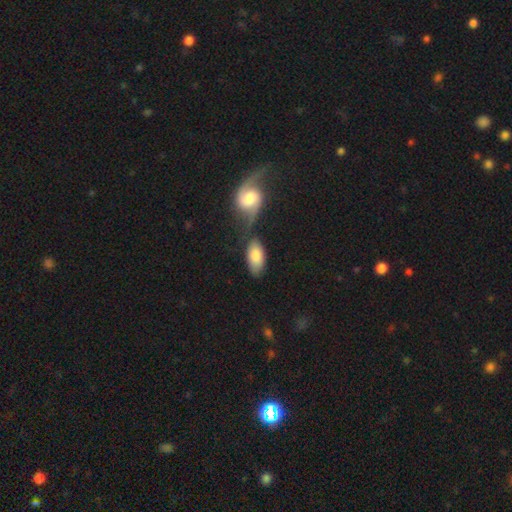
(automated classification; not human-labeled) The model was most divided on "merging": none: 48%, merger: 29%, minor disturbance: 16%, major disturbance: 7%. More confident: how rounded — in between (93%); smooth or featured — smooth (80%).